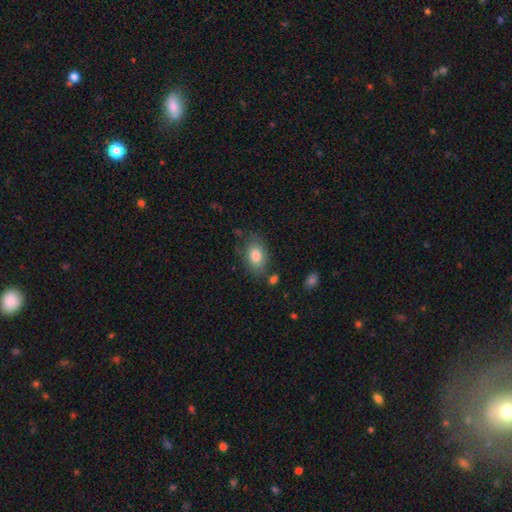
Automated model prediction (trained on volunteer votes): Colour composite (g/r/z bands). It shows a smooth galaxy with no disk features (80%) that is in between round and cigar-shaped (87%). Merging: none (74%).